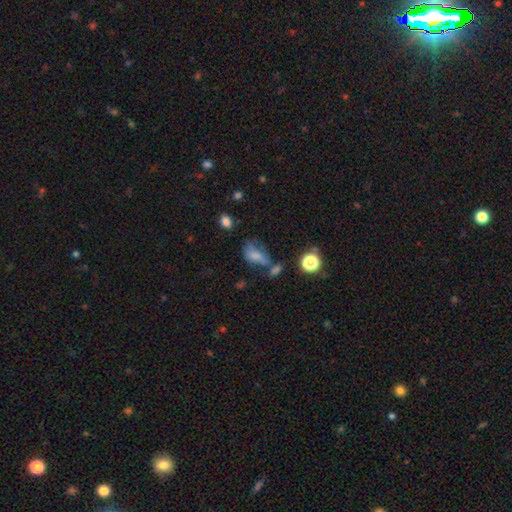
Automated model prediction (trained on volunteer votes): This is likely a smooth galaxy (68%). How rounded: clearly in between (83%). Merging: marginally none (28%).